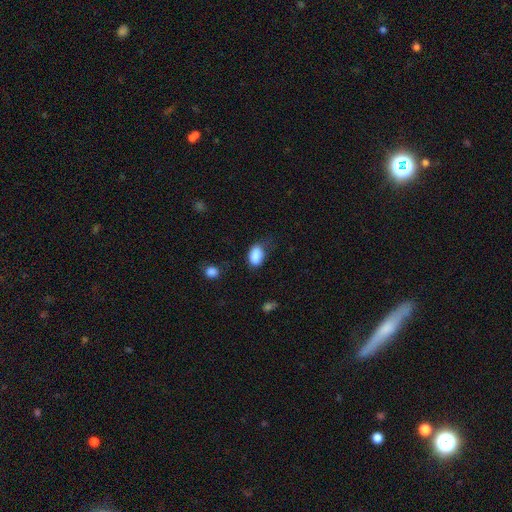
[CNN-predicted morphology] smooth-or-featured: smooth: 87% | star or artifact: 8% | featured or disk: 5%
  how-rounded: in between: 89% | round: 10% | cigar-shaped: 2%
  merging: none: 57% | minor disturbance: 30% | major disturbance: 11% | merger: 3%